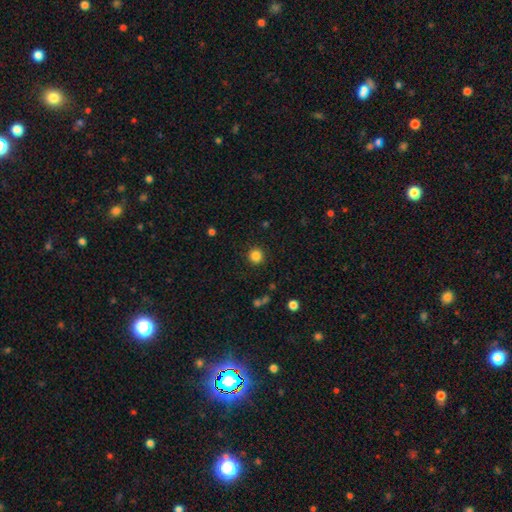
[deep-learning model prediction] Morphology: type=smooth (84%); roundness=round (95%); merging=none (91%).